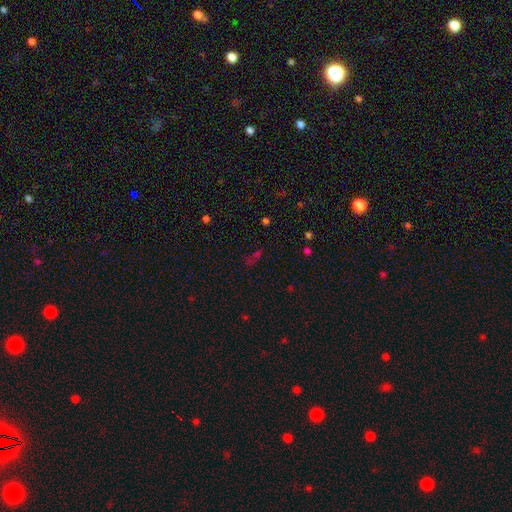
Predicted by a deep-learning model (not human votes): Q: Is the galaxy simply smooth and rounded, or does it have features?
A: star or artifact — 53%.